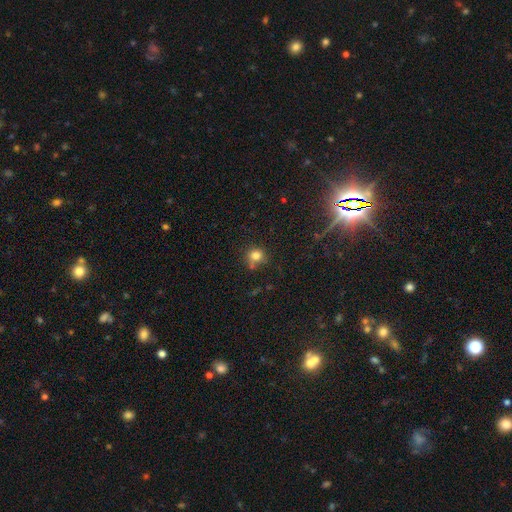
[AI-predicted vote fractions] Smooth or featured?
  - smooth: 79% *
  - star or artifact: 13%
  - featured or disk: 8%
How rounded?
  - round: 84% *
  - in between: 15%
  - cigar-shaped: 1%
Merging?
  - none: 64% *
  - minor disturbance: 17%
  - merger: 13%
  - major disturbance: 6%